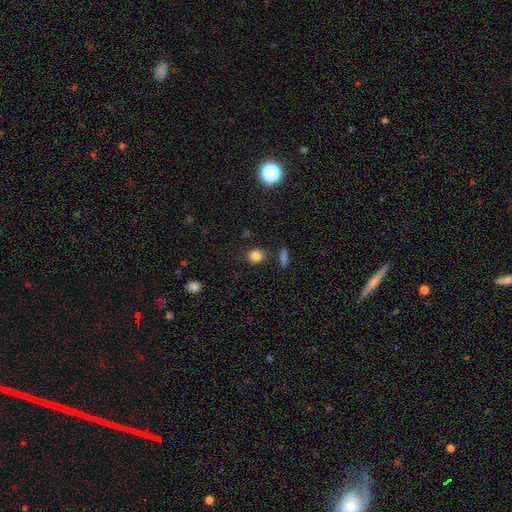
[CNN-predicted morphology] smooth-or-featured: smooth: 83% | star or artifact: 11% | featured or disk: 5%
  how-rounded: round: 70% | in between: 29% | cigar-shaped: 2%
  merging: none: 83% | minor disturbance: 10% | merger: 4% | major disturbance: 3%